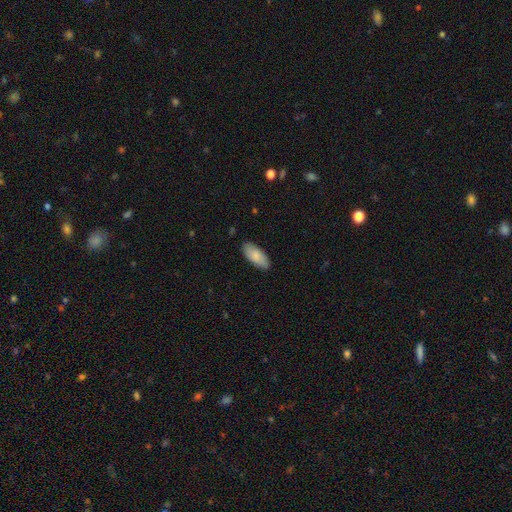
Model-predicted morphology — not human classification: Overall: smooth (85%). How rounded: in between (87%). Merging: none (87%).